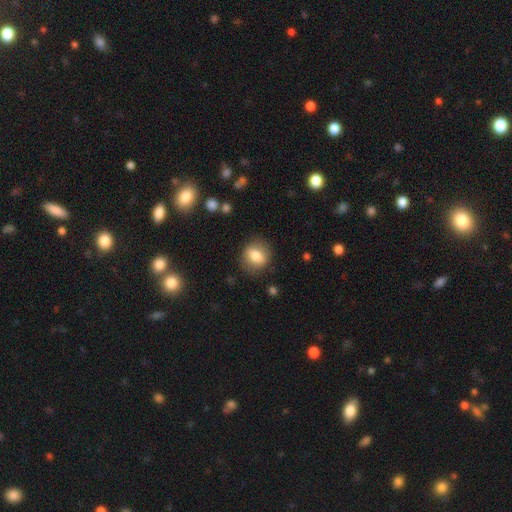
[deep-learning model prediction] Smooth or featured? smooth (76%)
How rounded? round (65%)
Merging? none (83%)